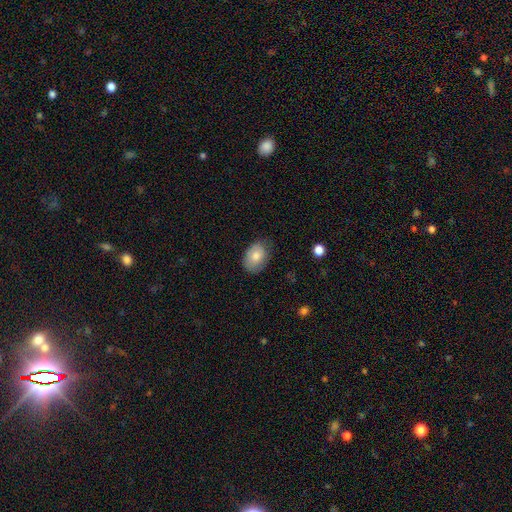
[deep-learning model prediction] Q: Smooth or featured?
A: smooth (75%); runner-up: featured or disk (18%)
Q: How rounded?
A: in between (82%); runner-up: round (17%)
Q: Merging?
A: none (70%); runner-up: minor disturbance (24%)